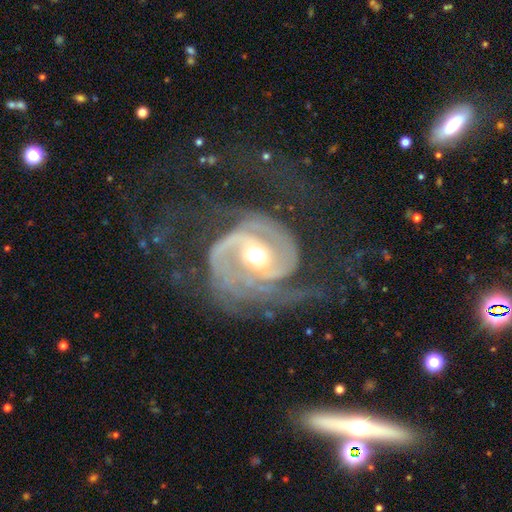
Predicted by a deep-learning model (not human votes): featured or disk 91%, star or artifact 5%, smooth 4%. Down the decision tree: edge-on disk — no (98%); bar — no (47%); spiral arms — yes (97%); spiral arm count — 2 (69%); spiral winding — medium (45%); bulge size — moderate (75%); merging — none (55%).